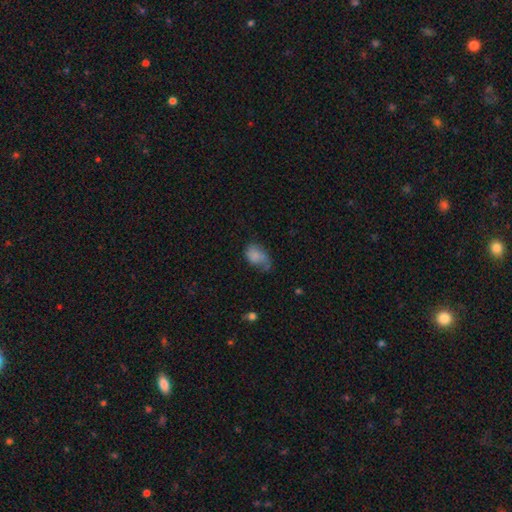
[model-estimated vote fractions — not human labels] Overall: smooth (72%). How rounded: in between (85%). Merging: none (34%, tied with minor disturbance).